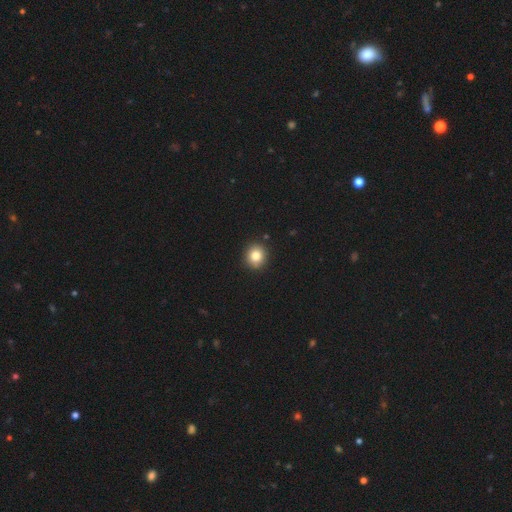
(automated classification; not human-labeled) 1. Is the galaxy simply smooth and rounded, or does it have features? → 82% smooth, 11% star or artifact, 7% featured or disk.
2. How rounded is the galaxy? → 84% round, 15% in between, 1% cigar-shaped.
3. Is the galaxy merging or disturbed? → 91% none, 6% minor disturbance, 2% major disturbance, 1% merger.